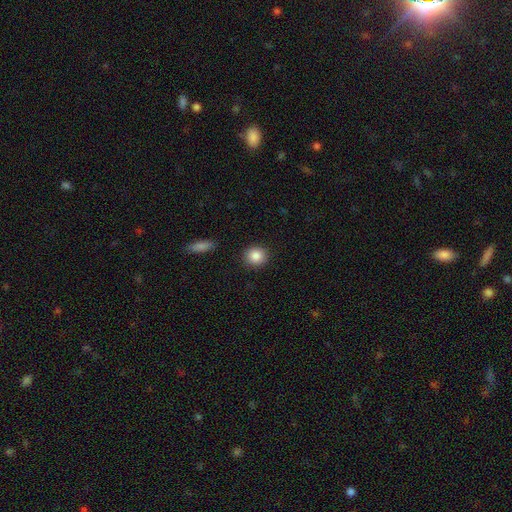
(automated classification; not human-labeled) This appears to be a smooth galaxy with no disk features (86%) that is round (86%). Merging: none (90%).